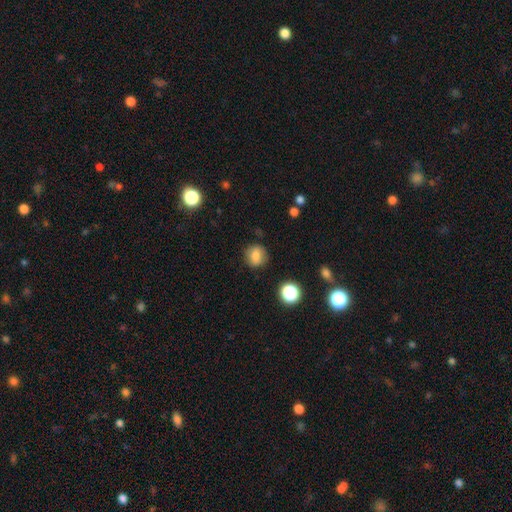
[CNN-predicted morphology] The model was most divided on "how rounded": round: 76%, in between: 23%, cigar-shaped: 1%. More confident: merging — none (82%); smooth or featured — smooth (79%).